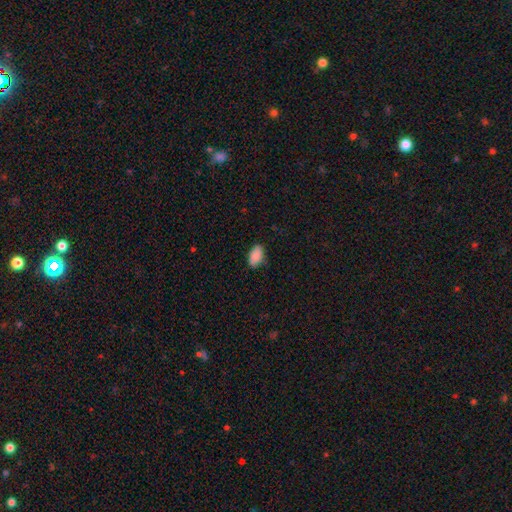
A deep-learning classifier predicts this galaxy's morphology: Smooth or featured? smooth (89%)
How rounded? in between (93%)
Merging? none (81%)